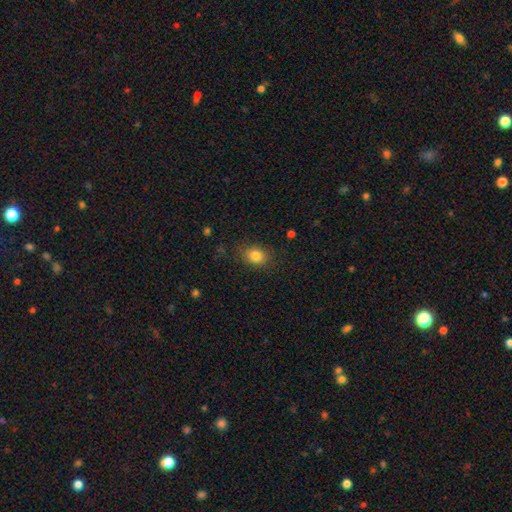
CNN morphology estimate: Q: Smooth or featured?
A: smooth (83%); runner-up: star or artifact (10%)
Q: How rounded?
A: in between (54%); runner-up: round (45%)
Q: Merging?
A: none (82%); runner-up: minor disturbance (12%)